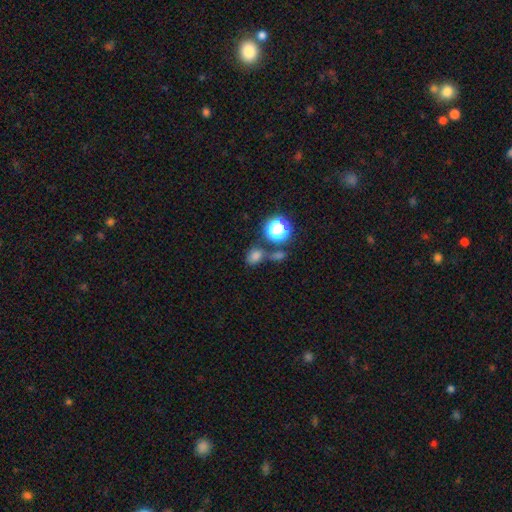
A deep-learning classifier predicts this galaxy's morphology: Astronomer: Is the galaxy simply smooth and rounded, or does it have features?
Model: smooth — 73%.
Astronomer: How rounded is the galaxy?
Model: in between — 56% (runner-up: round, 42%).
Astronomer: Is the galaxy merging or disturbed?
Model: none — 51% (runner-up: merger, 29%).